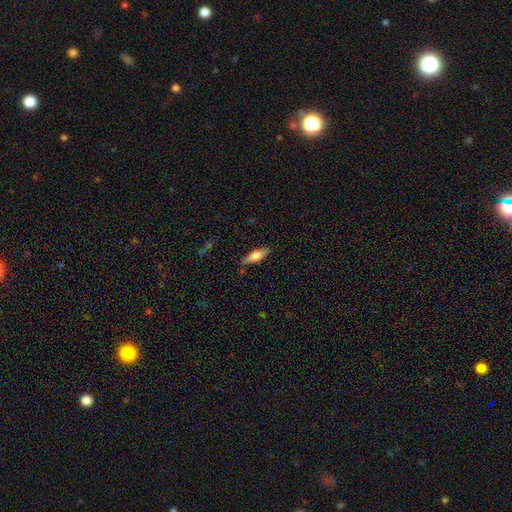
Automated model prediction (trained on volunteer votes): This is likely a smooth galaxy (66%). How rounded: possibly cigar-shaped (58%). Merging: clearly none (83%).